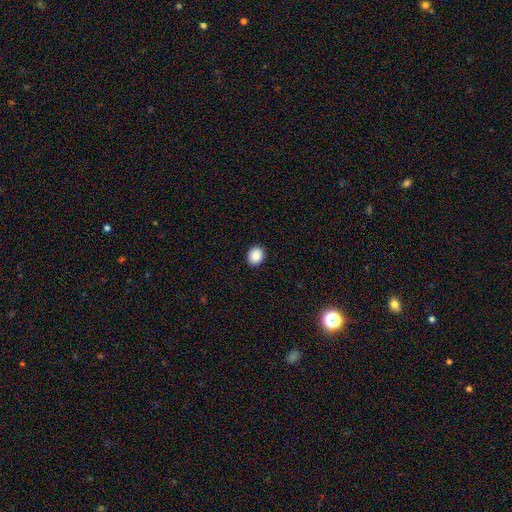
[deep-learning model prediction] This appears to be a smooth galaxy with no disk features (88%) that is round (67%). Merging: none (92%).